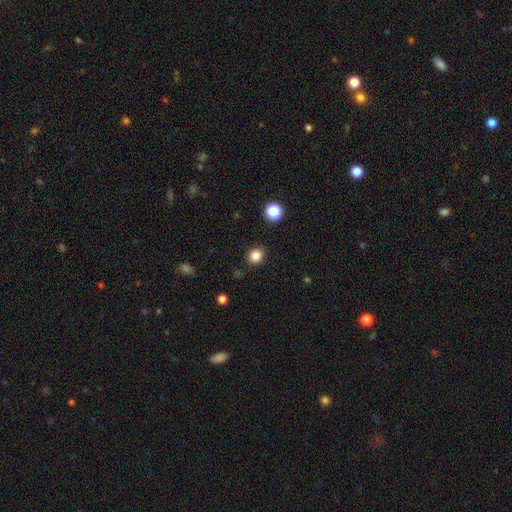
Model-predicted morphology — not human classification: smooth_or_featured: smooth (p=0.83) [alt: star or artifact p=0.12]
how_rounded: round (p=0.70) [alt: in between p=0.29]
merging: none (p=0.88) [alt: minor disturbance p=0.08]